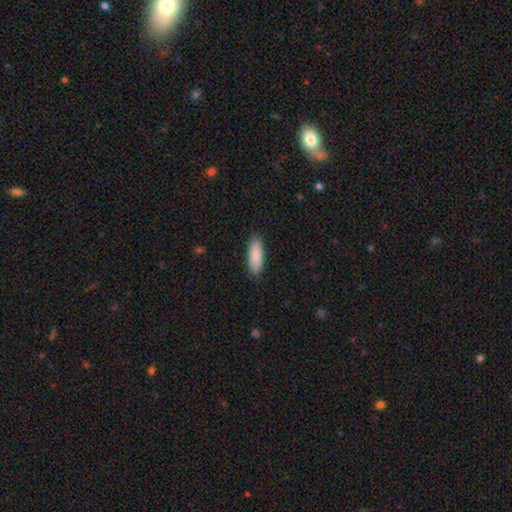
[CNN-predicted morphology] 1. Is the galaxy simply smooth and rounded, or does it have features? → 88% smooth, 6% featured or disk, 5% star or artifact.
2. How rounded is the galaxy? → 64% in between, 34% cigar-shaped, 2% round.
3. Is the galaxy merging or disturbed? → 89% none, 9% minor disturbance, 2% major disturbance, 1% merger.